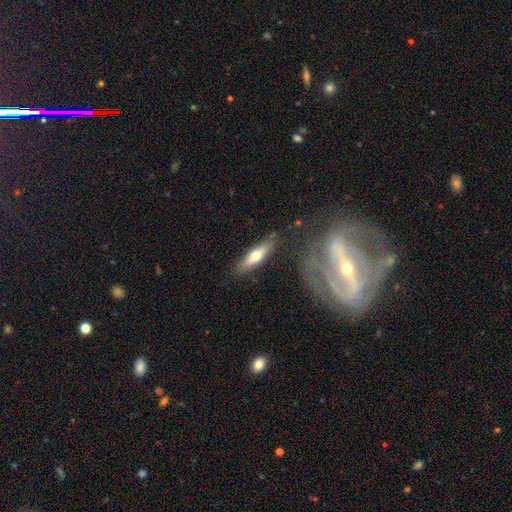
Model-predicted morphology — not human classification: Smooth or featured: smooth — 61% (featured or disk — 33%)
How rounded: cigar-shaped — 67% (in between — 31%)
Merging: none — 81% (minor disturbance — 12%)